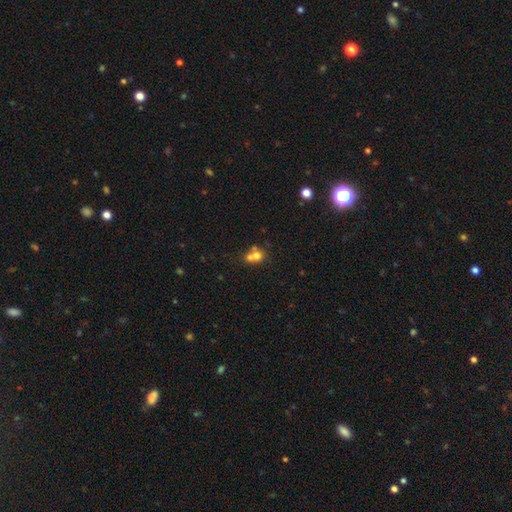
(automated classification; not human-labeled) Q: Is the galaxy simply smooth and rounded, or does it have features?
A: smooth — 68%.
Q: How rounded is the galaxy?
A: round — 70%.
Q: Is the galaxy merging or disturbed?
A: merger — 61%.